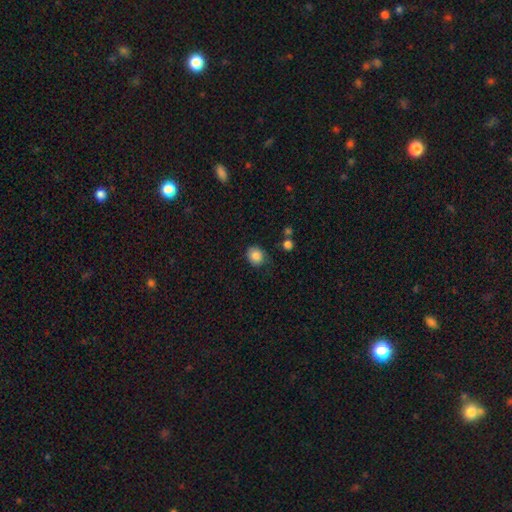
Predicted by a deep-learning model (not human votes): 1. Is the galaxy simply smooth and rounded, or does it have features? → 84% smooth, 10% star or artifact, 6% featured or disk.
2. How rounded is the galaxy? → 71% round, 28% in between, 1% cigar-shaped.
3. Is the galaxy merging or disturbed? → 73% none, 20% minor disturbance, 5% major disturbance, 3% merger.